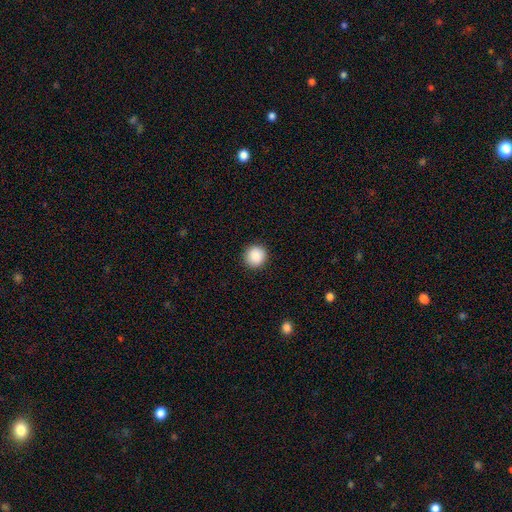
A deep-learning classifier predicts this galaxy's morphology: This appears to be a smooth galaxy with no disk features (89%) that is round (94%). Merging: none (92%).